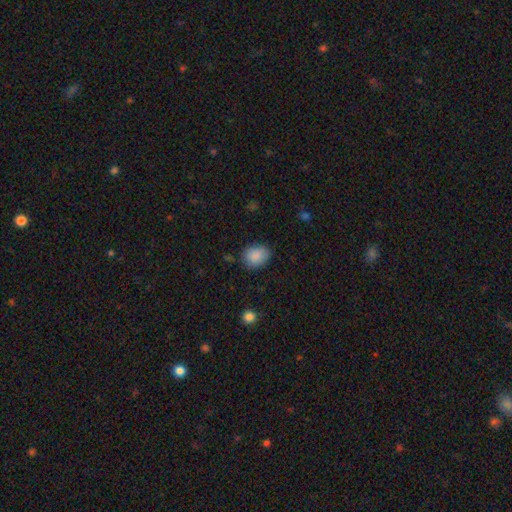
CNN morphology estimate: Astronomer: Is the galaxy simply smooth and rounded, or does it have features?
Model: smooth — 88%.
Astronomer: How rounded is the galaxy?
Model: in between — 58% (runner-up: round, 41%).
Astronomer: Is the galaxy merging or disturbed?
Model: none — 78%.